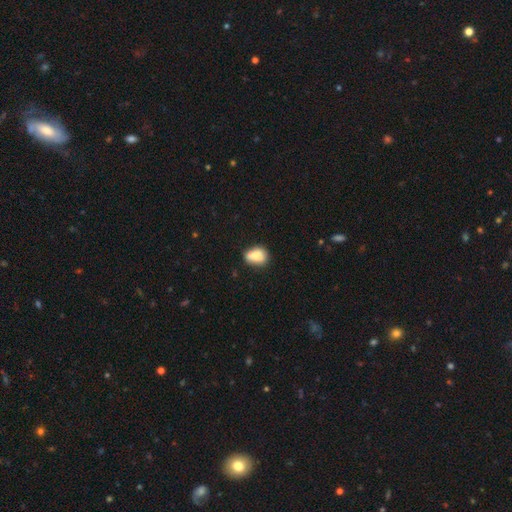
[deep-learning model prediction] smooth_or_featured: smooth (p=0.80) [alt: featured or disk p=0.12]
how_rounded: in between (p=0.62) [alt: round p=0.37]
merging: none (p=0.63) [alt: minor disturbance p=0.27]